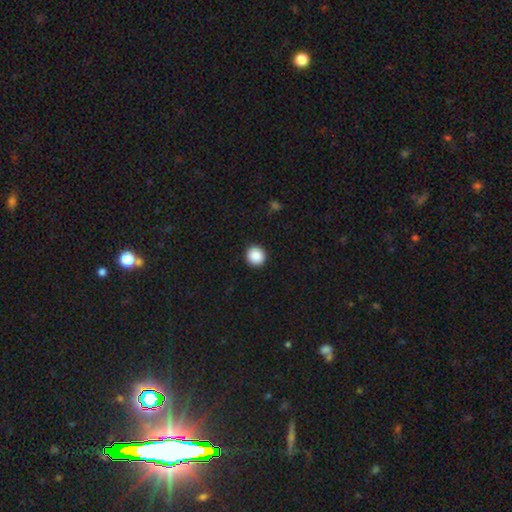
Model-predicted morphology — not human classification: Smooth or featured: smooth — 89% (star or artifact — 9%)
How rounded: round — 92% (in between — 7%)
Merging: none — 92% (minor disturbance — 5%)